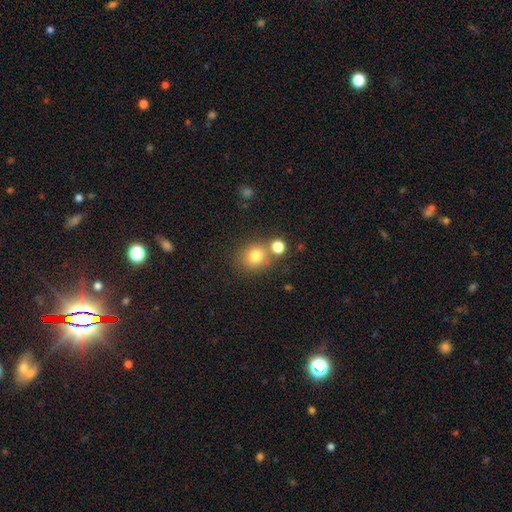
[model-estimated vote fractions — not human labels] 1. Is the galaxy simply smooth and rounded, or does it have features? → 78% smooth, 13% star or artifact, 9% featured or disk.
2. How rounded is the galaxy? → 74% round, 25% in between, 1% cigar-shaped.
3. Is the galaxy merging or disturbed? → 62% none, 24% merger, 11% minor disturbance, 4% major disturbance.